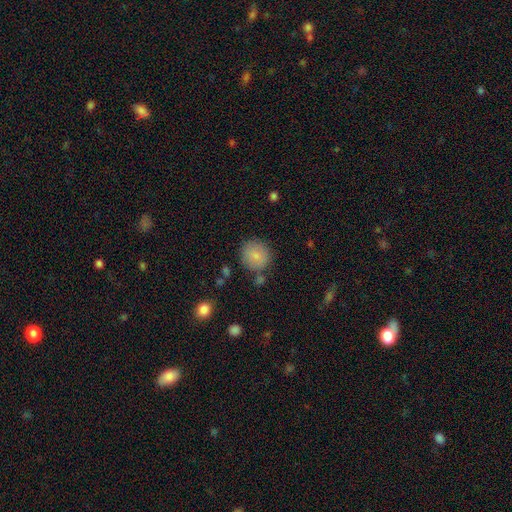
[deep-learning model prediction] A smooth galaxy with no disk features (83%) that is round (88%). Merging: none (79%).